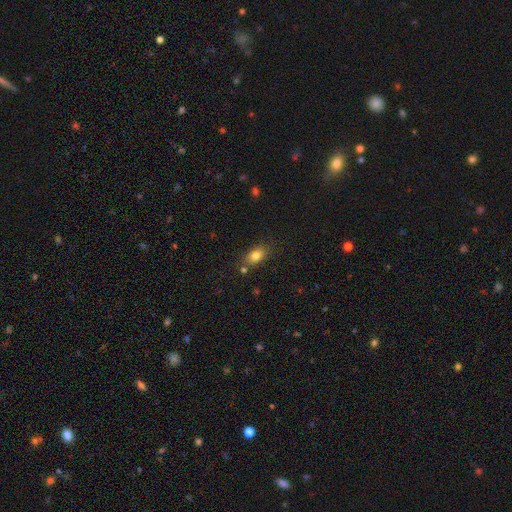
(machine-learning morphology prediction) Smooth or featured? smooth (81%)
How rounded? in between (81%)
Merging? none (75%)